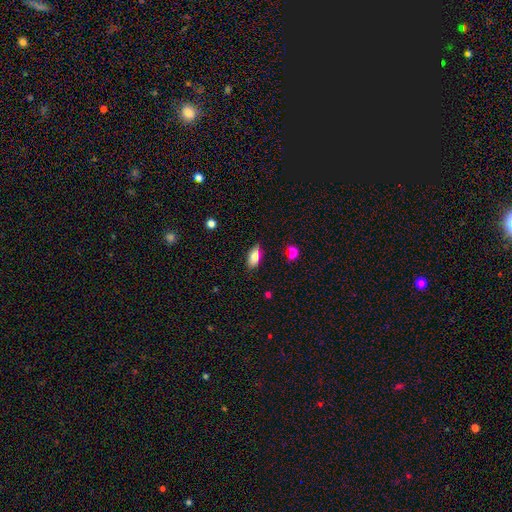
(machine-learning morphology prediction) type=smooth (80%); roundness=in between (86%); merging=none (79%).